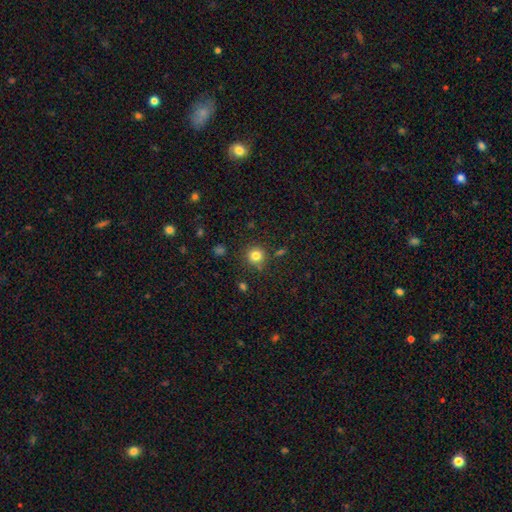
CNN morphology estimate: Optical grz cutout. It shows a smooth galaxy with no disk features (82%) that is round (93%). Merging: none (85%).